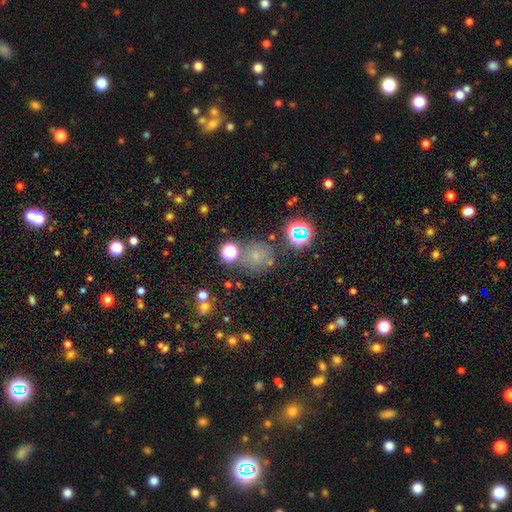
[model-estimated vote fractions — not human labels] Q: Smooth or featured?
A: smooth (55%); runner-up: star or artifact (33%)
Q: How rounded?
A: round (85%); runner-up: in between (14%)
Q: Merging?
A: none (72%); runner-up: minor disturbance (13%)